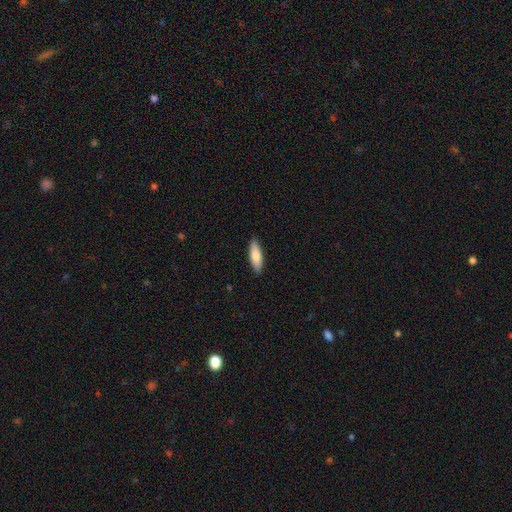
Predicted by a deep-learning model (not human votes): Smooth or featured? Predicted: smooth (p=0.80). How rounded? Predicted: in between (p=0.52). Merging? Predicted: none (p=0.90).